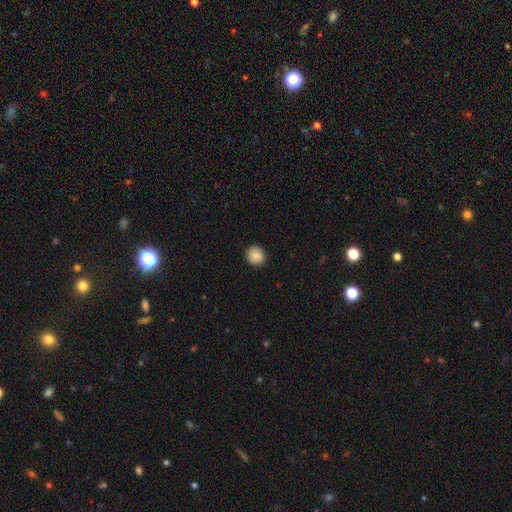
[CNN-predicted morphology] Smooth or featured? Predicted: smooth (p=0.87). How rounded? Predicted: round (p=0.82). Merging? Predicted: none (p=0.89).